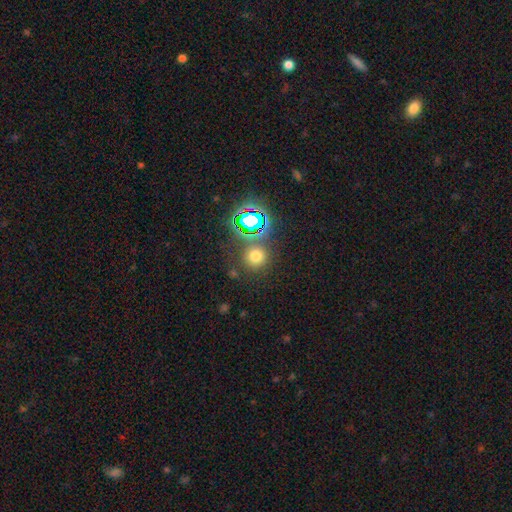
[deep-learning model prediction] Smooth or featured? Predicted: smooth (p=0.63). How rounded? Predicted: round (p=0.91). Merging? Predicted: none (p=0.78).